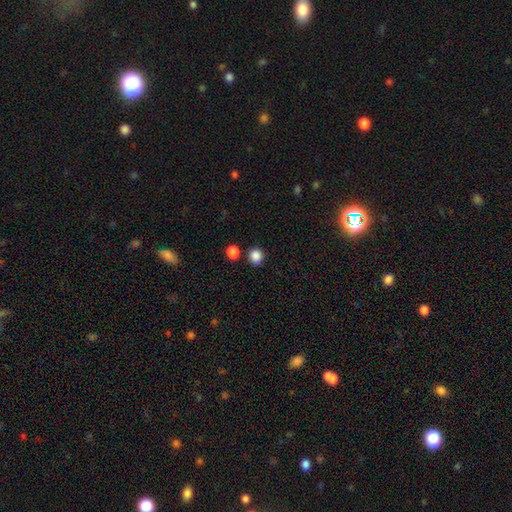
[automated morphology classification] smooth 86%, star or artifact 11%, featured or disk 3%. Down the decision tree: how rounded — round (88%); merging — none (83%).